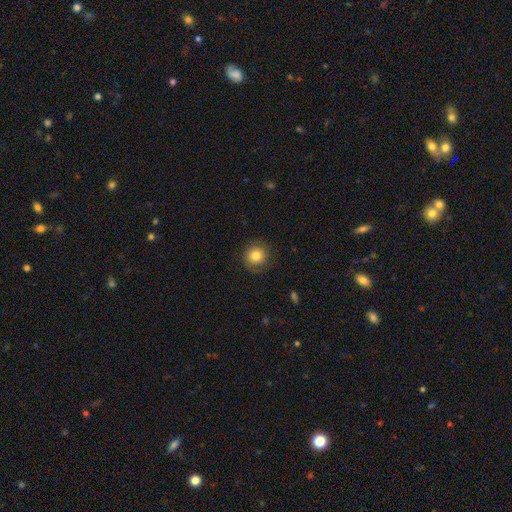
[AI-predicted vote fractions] smooth 81%, star or artifact 10%, featured or disk 9%. Down the decision tree: how rounded — round (93%); merging — none (84%).